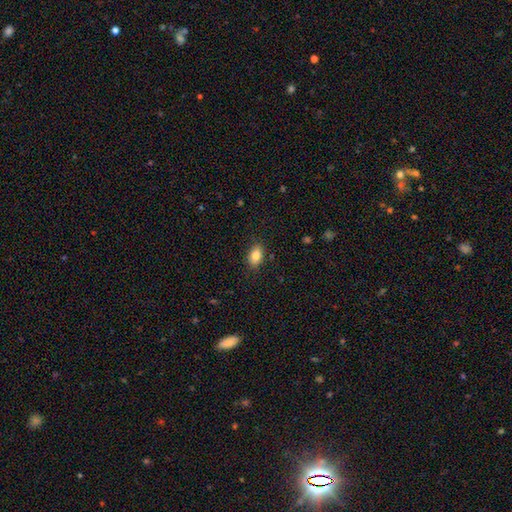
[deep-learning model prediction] Morphology: type=smooth (83%); roundness=in between (85%); merging=none (87%).